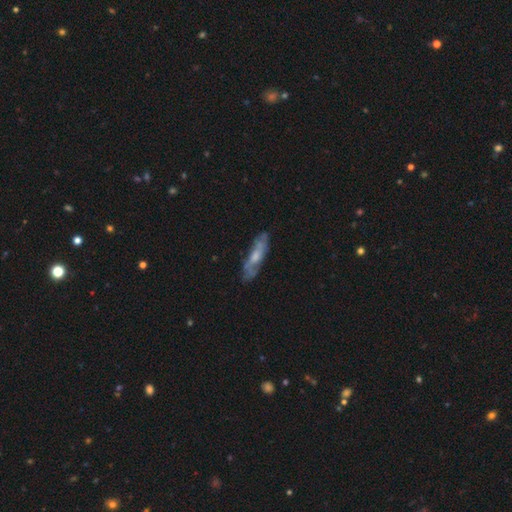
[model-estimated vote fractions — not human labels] A featured or disk galaxy (58%).

Vote fractions:
- Smooth or featured? featured or disk: 58% / smooth: 35% / star or artifact: 7%
- Edge-on disk? no: 61% / yes: 39%
- Merging? none: 70% / minor disturbance: 21% / major disturbance: 7% / merger: 2%